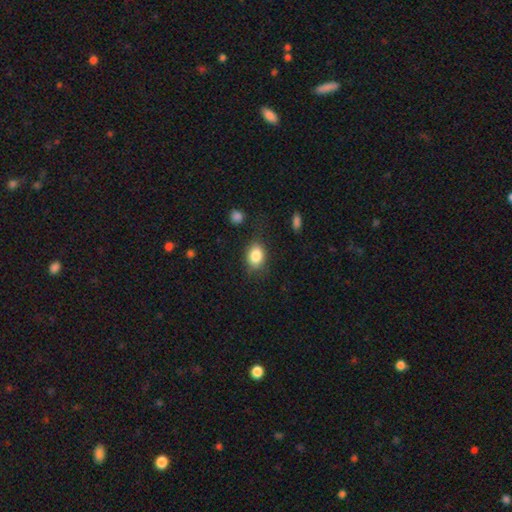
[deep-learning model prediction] A smooth galaxy with no disk features (85%) that is in between round and cigar-shaped (69%).

Vote fractions:
- Smooth or featured? smooth: 85% / star or artifact: 9% / featured or disk: 7%
- How rounded? in between: 69% / round: 29% / cigar-shaped: 1%
- Merging? none: 73% / minor disturbance: 18% / major disturbance: 6% / merger: 3%